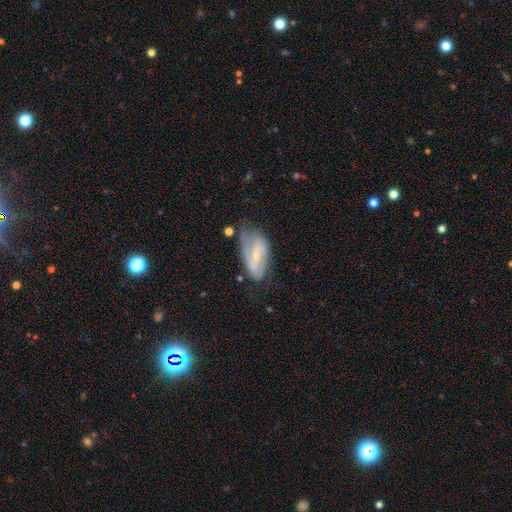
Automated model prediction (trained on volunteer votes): Smooth or featured? featured or disk (75%)
Edge-on disk? no (94%)
Bar? weak (41%)
Spiral arms? yes (86%)
Spiral winding? medium (42%)
Spiral arm count? 2 (73%)
Bulge size? small (64%)
Merging? none (51%)